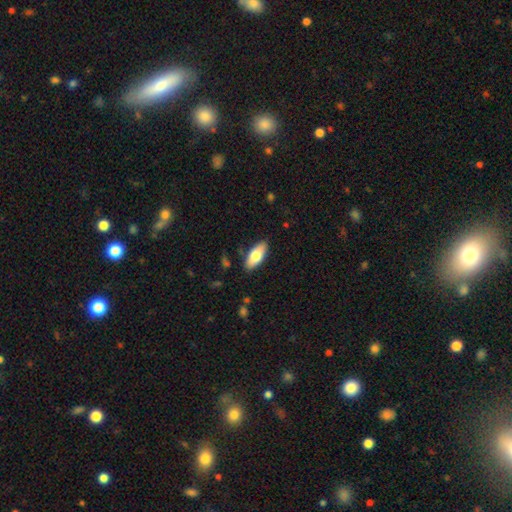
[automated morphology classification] Smooth or featured?
  - smooth: 74% *
  - featured or disk: 20%
  - star or artifact: 6%
How rounded?
  - in between: 85% *
  - cigar-shaped: 13%
  - round: 2%
Merging?
  - none: 84% *
  - minor disturbance: 12%
  - major disturbance: 2%
  - merger: 2%